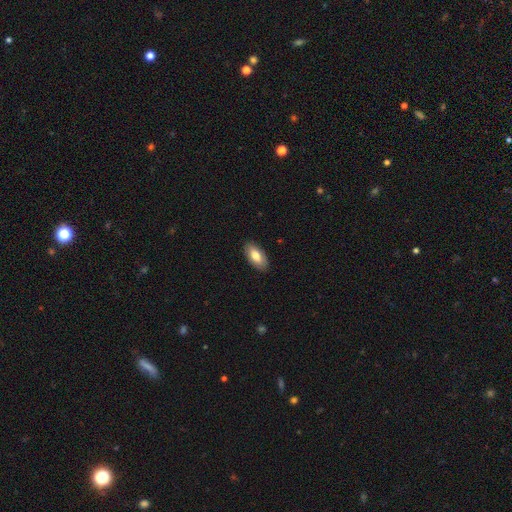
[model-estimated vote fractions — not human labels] Morphology: type=smooth (77%); roundness=in between (93%); merging=none (89%).